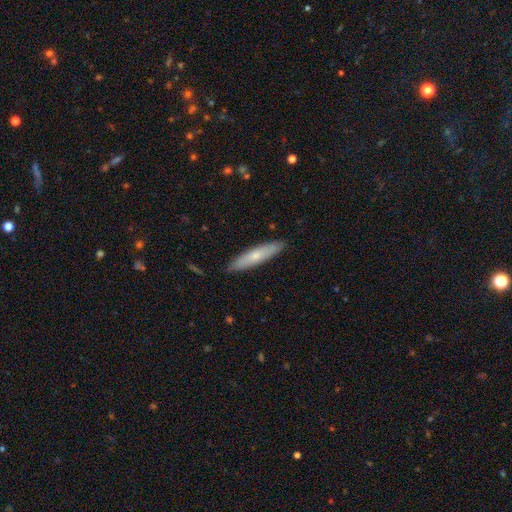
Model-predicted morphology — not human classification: This is likely a smooth galaxy (63%). How rounded: clearly cigar-shaped (86%). Merging: clearly none (89%).